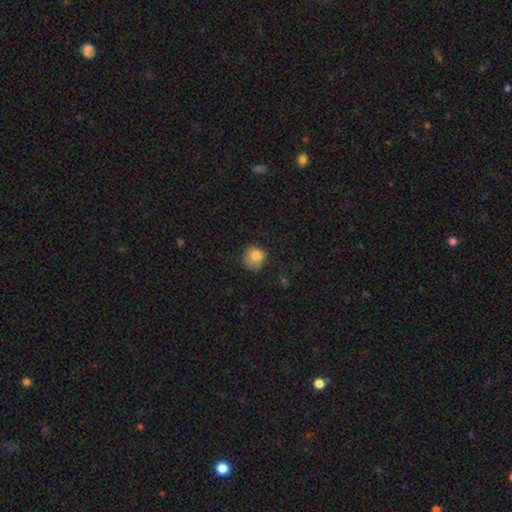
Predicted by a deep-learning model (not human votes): Smooth or featured: smooth — 82% (star or artifact — 10%)
How rounded: round — 86% (in between — 13%)
Merging: none — 65% (minor disturbance — 26%)